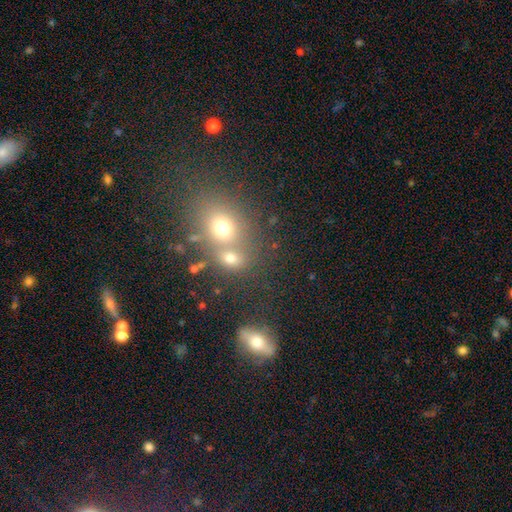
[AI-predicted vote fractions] Smooth or featured? Predicted: smooth (p=0.55). How rounded? Predicted: round (p=0.58). Merging? Predicted: none (p=0.54).